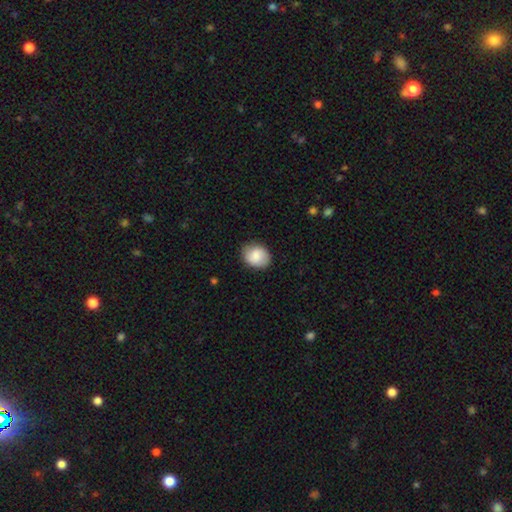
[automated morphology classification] type=smooth (82%); roundness=round (51%); merging=none (81%).